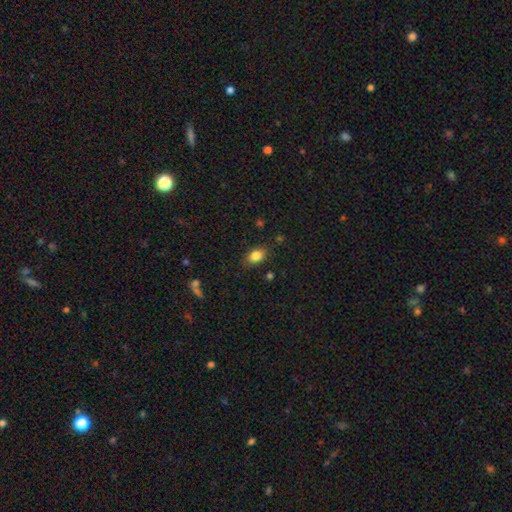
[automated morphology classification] smooth-or-featured: smooth: 83% | star or artifact: 9% | featured or disk: 8%
  how-rounded: in between: 82% | round: 16% | cigar-shaped: 2%
  merging: none: 82% | minor disturbance: 13% | major disturbance: 3% | merger: 2%